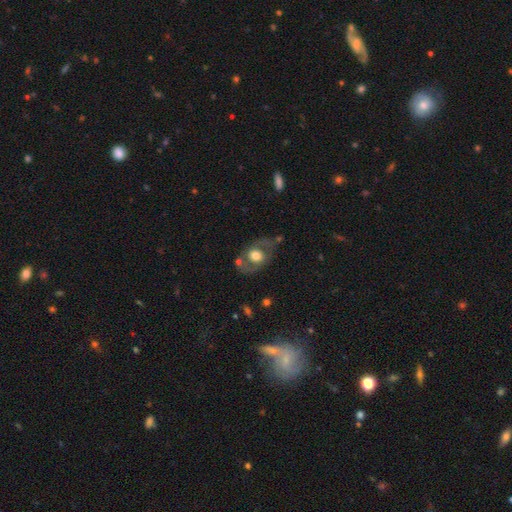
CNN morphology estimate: smooth-or-featured: featured or disk: 49% | smooth: 44% | star or artifact: 7%
  merging: none: 63% | minor disturbance: 19% | major disturbance: 11% | merger: 7%